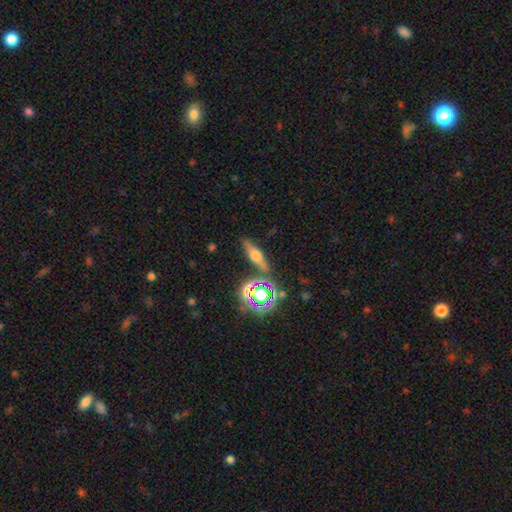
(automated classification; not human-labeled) The model was most divided on "smooth or featured": featured or disk: 52%, smooth: 31%, star or artifact: 18%. More confident: edge-on disk — yes (90%); merging — none (81%).